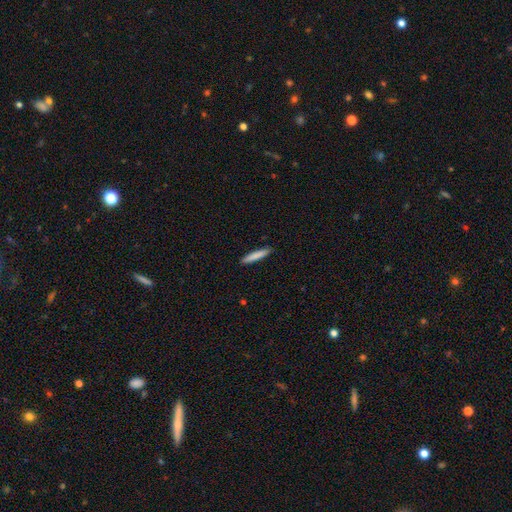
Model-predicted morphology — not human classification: Smooth or featured? Predicted: smooth (p=0.83). How rounded? Predicted: cigar-shaped (p=0.93). Merging? Predicted: none (p=0.91).